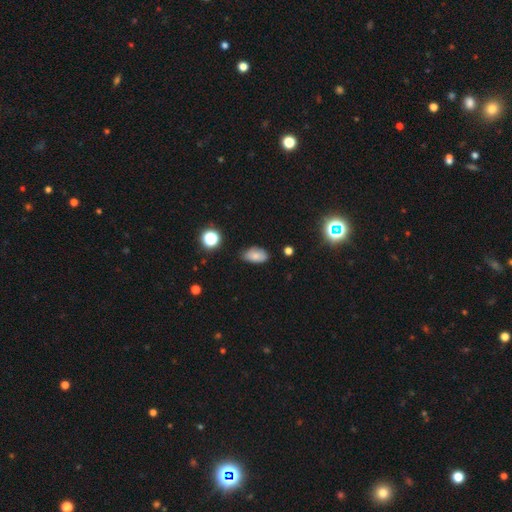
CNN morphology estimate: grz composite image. It shows a smooth galaxy with no disk features (80%) that is in between round and cigar-shaped (91%). Merging: none (71%).